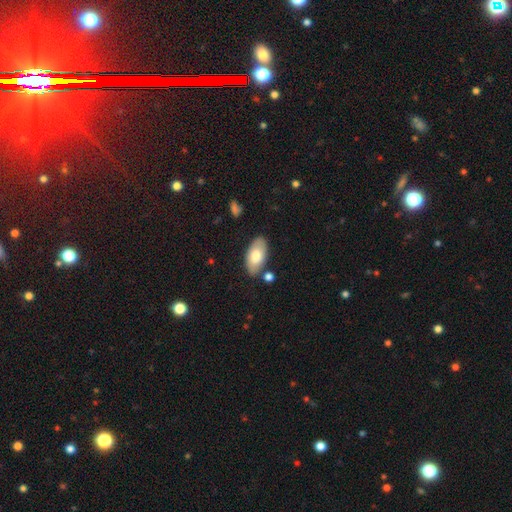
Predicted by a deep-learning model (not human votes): Q: Smooth or featured?
A: smooth (72%); runner-up: featured or disk (23%)
Q: How rounded?
A: in between (95%); runner-up: round (3%)
Q: Merging?
A: none (79%); runner-up: minor disturbance (13%)